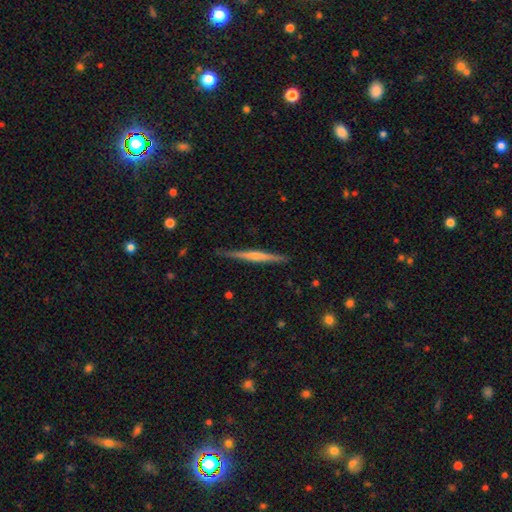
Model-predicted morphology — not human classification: Overall: featured or disk (69%). Edge-on disk: yes (98%). Edge-on bulge: rounded (64%; none 27%). Merging: none (89%).